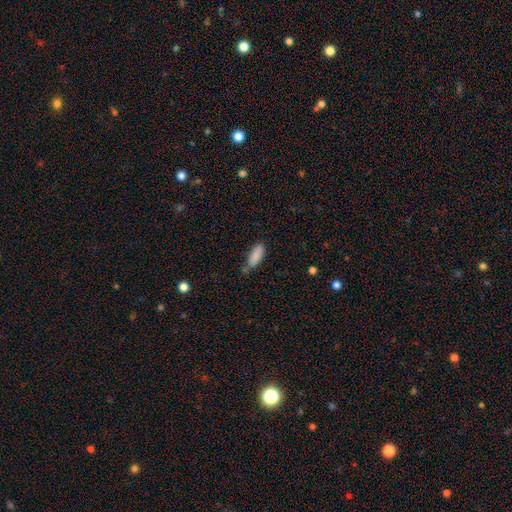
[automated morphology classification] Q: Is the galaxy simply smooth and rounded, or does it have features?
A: smooth — 87%.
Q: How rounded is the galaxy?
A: in between — 68%.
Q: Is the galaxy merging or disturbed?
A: none — 56%.